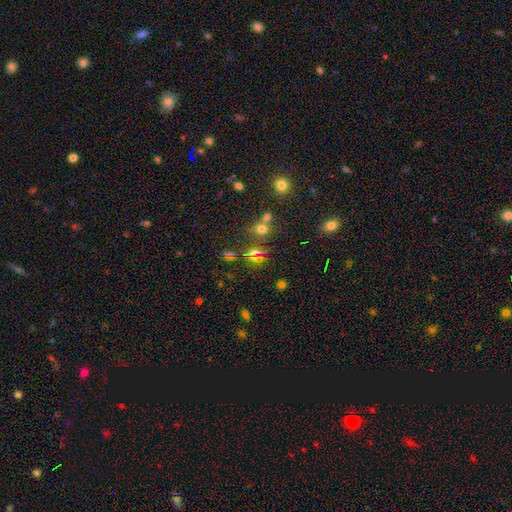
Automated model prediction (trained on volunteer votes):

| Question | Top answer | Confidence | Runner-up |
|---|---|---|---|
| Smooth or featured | smooth | 47% | star or artifact (41%) |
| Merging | none | 62% | merger (20%) |